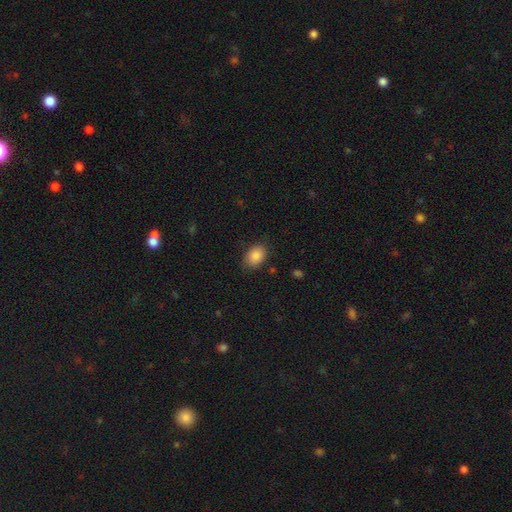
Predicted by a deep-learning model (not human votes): smooth 88%, star or artifact 7%, featured or disk 5%. Down the decision tree: how rounded — in between (76%); merging — none (82%).